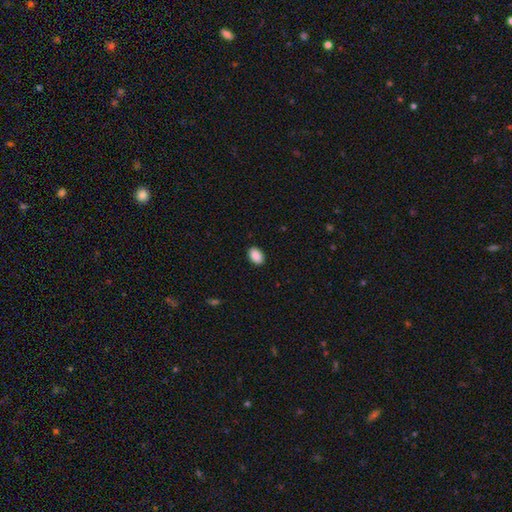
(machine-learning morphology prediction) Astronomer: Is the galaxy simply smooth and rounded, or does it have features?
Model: smooth — 90%.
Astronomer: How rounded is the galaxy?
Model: in between — 86%.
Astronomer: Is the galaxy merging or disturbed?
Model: none — 90%.